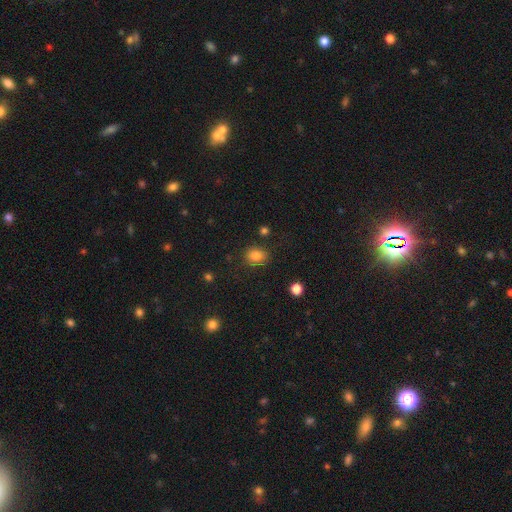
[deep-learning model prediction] smooth_or_featured: smooth (p=0.83) [alt: star or artifact p=0.11]
how_rounded: round (p=0.55) [alt: in between p=0.44]
merging: none (p=0.80) [alt: minor disturbance p=0.13]